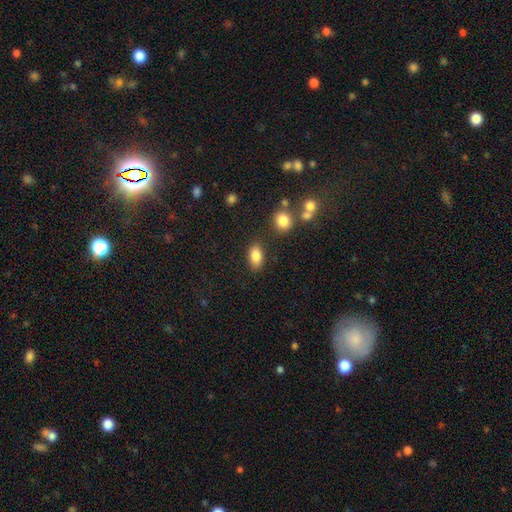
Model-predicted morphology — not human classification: type=smooth (85%); roundness=in between (88%); merging=none (81%).